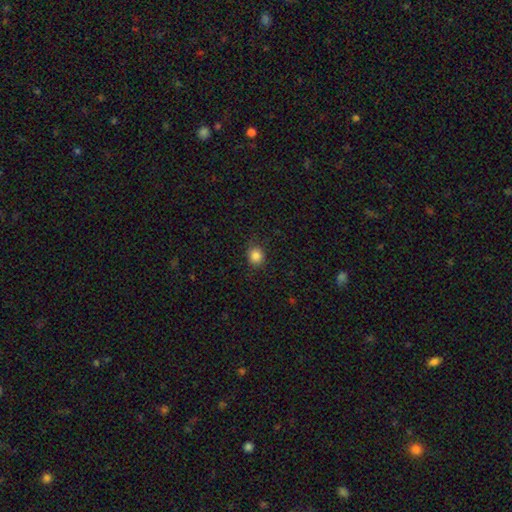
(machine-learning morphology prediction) Smooth or featured: smooth — 85% (star or artifact — 11%)
How rounded: round — 84% (in between — 15%)
Merging: none — 86% (minor disturbance — 11%)